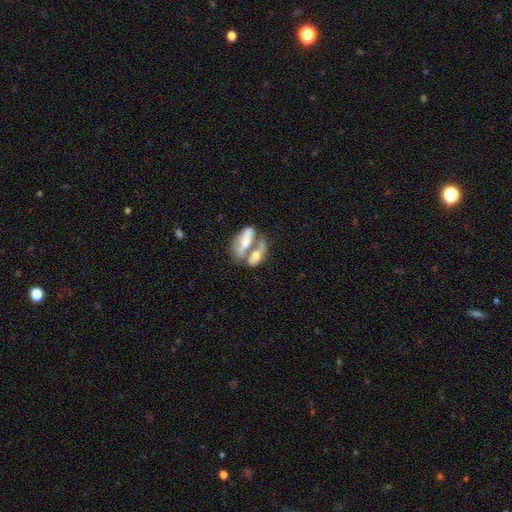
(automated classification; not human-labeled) Q: Smooth or featured?
A: smooth (48%); runner-up: featured or disk (44%)
Q: Merging?
A: merger (66%); runner-up: none (17%)